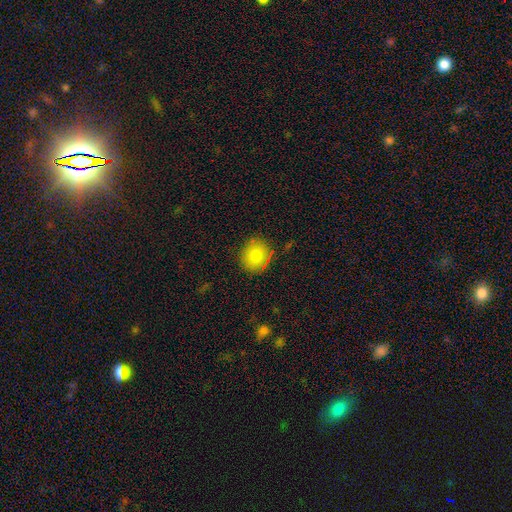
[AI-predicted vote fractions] The model was most divided on "how rounded": round: 77%, in between: 22%, cigar-shaped: 1%. More confident: merging — none (84%); smooth or featured — smooth (79%).